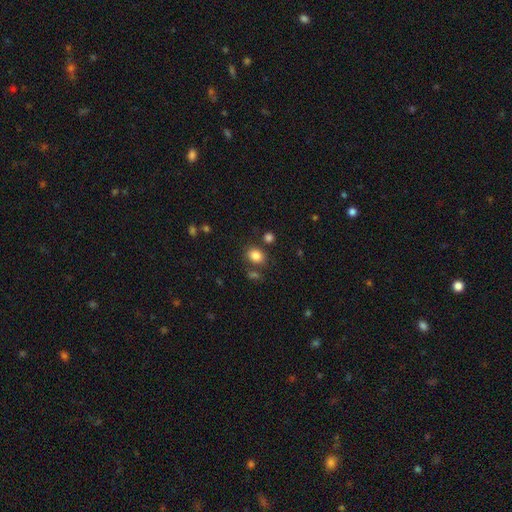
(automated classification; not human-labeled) The model was most divided on "how rounded": round: 50%, in between: 49%, cigar-shaped: 1%. More confident: smooth or featured — smooth (84%); merging — none (75%).